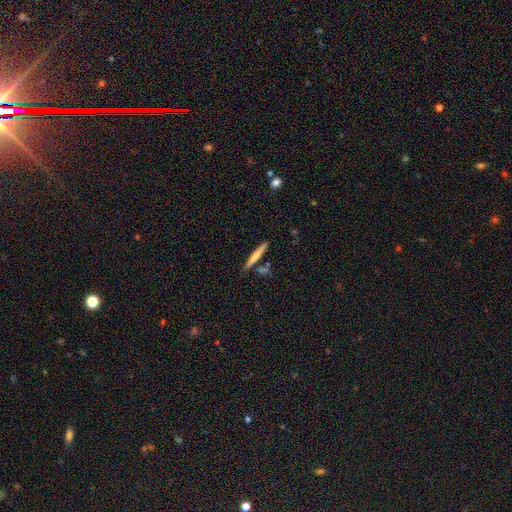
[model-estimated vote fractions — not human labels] Q: Smooth or featured?
A: smooth (60%); runner-up: featured or disk (34%)
Q: How rounded?
A: cigar-shaped (95%); runner-up: in between (3%)
Q: Merging?
A: none (83%); runner-up: minor disturbance (9%)